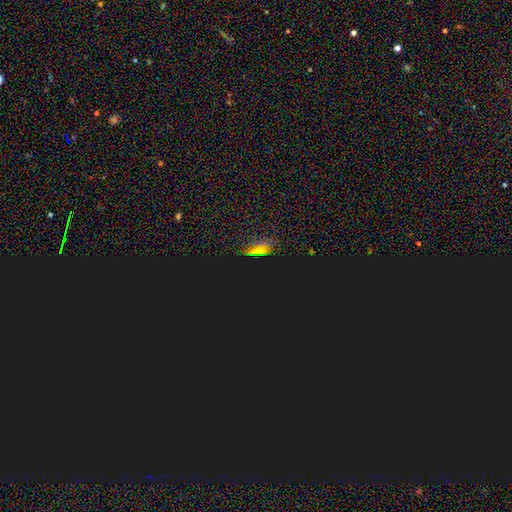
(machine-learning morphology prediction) smooth_or_featured: star or artifact (p=0.70) [alt: smooth p=0.20]